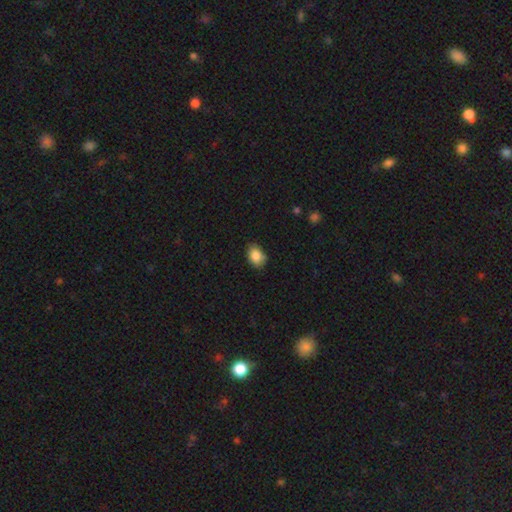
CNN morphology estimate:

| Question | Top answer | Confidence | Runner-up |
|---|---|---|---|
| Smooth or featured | smooth | 86% | star or artifact (8%) |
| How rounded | in between | 74% | round (25%) |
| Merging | none | 74% | minor disturbance (21%) |